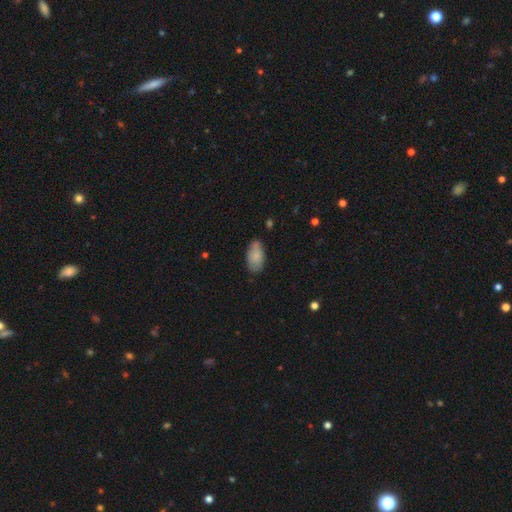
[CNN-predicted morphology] smooth_or_featured: smooth (p=0.82) [alt: featured or disk p=0.12]
how_rounded: in between (p=0.93) [alt: cigar-shaped p=0.04]
merging: none (p=0.71) [alt: minor disturbance p=0.23]